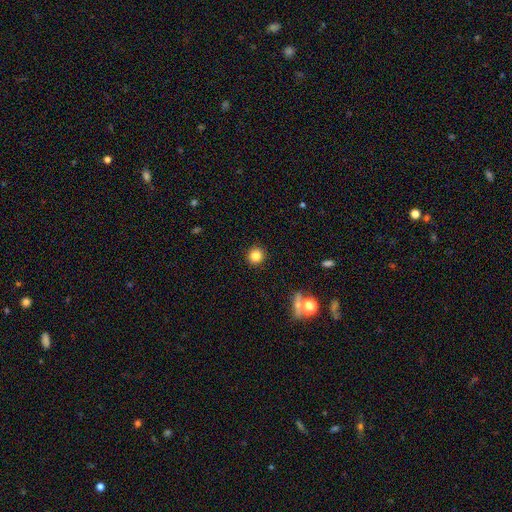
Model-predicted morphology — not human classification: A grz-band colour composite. It shows a smooth galaxy with no disk features (83%) that is round (93%). Merging: none (92%).